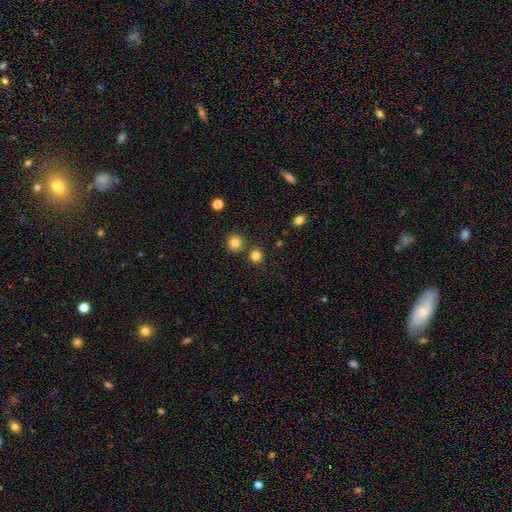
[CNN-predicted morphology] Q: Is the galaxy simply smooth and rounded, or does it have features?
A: smooth — 82%.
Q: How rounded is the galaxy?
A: round — 91%.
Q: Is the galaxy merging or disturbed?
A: none — 76%.